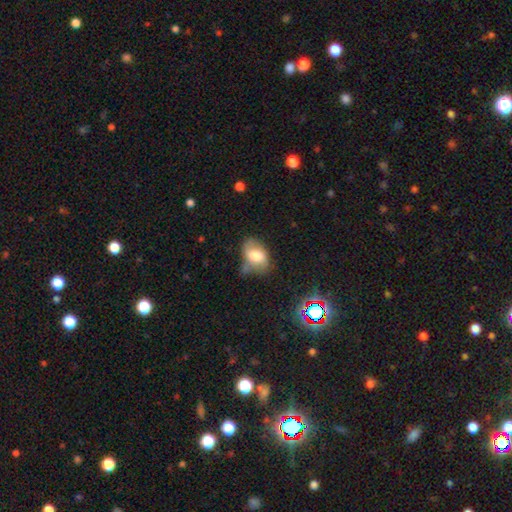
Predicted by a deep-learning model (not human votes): Morphology: type=smooth (56%); roundness=in between (85%); merging=none (43%).